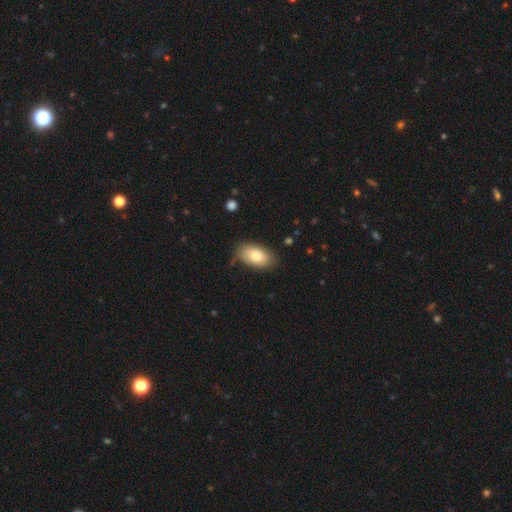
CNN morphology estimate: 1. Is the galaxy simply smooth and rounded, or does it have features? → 81% smooth, 13% featured or disk, 7% star or artifact.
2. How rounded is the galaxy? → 93% in between, 5% round, 2% cigar-shaped.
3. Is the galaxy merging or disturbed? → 75% none, 19% minor disturbance, 4% major disturbance, 2% merger.